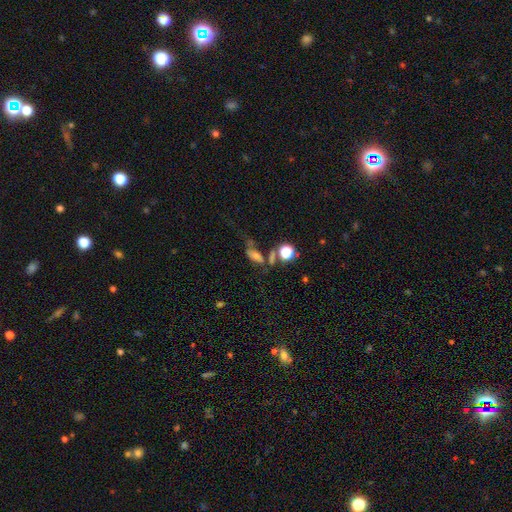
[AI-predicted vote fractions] Overall: smooth (52%; featured or disk 24%). How rounded: in between (66%). Merging: none (32%; major disturbance 28%).